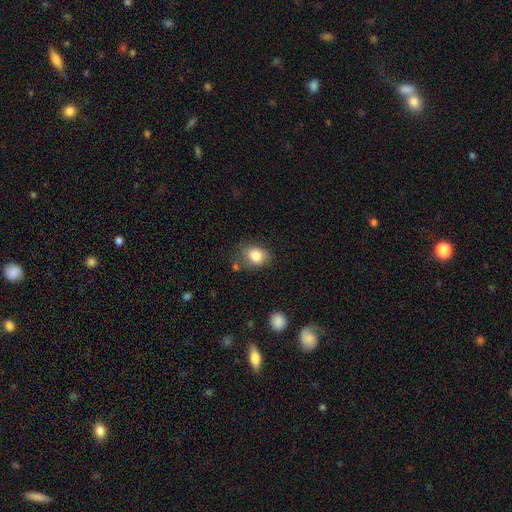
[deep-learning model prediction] smooth-or-featured: smooth: 84% | star or artifact: 9% | featured or disk: 7%
  how-rounded: in between: 57% | round: 42% | cigar-shaped: 1%
  merging: none: 66% | minor disturbance: 22% | major disturbance: 7% | merger: 5%